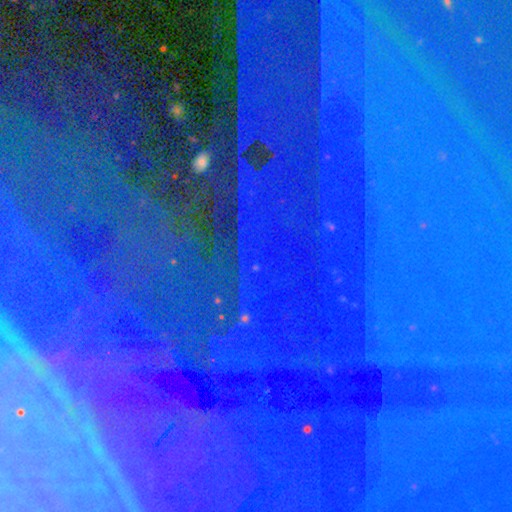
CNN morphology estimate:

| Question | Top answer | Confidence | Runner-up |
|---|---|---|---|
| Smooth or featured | star or artifact | 87% | featured or disk (7%) |